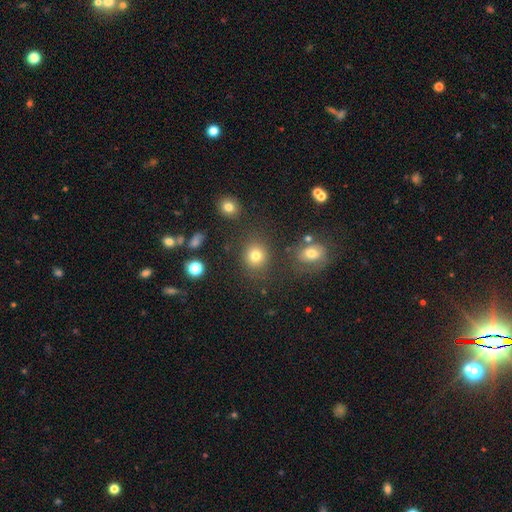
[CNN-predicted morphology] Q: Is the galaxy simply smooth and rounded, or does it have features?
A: smooth — 78%.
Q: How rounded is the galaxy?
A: round — 81%.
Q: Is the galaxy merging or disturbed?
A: none — 81%.